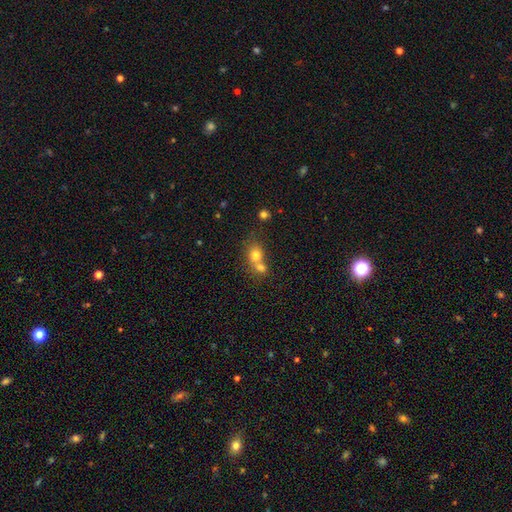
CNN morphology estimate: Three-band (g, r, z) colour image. It shows a smooth galaxy with no disk features (74%) that is round (61%). Merging: merger (61%).